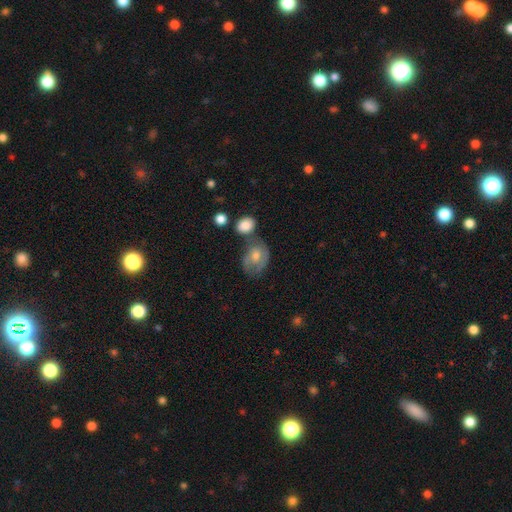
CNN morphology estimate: smooth-or-featured: smooth: 50% | featured or disk: 41% | star or artifact: 10%
  merging: none: 46% | minor disturbance: 23% | merger: 19% | major disturbance: 12%